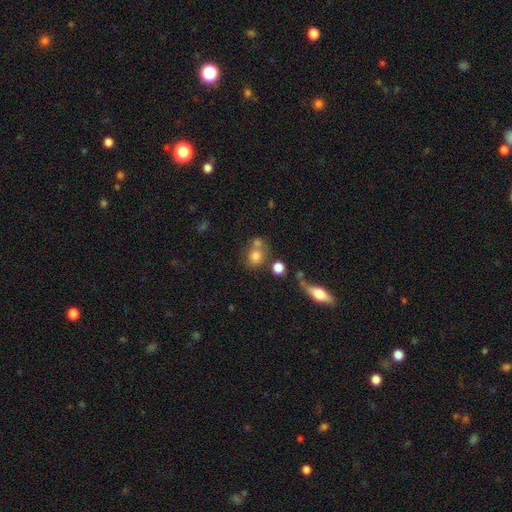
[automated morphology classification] A smooth galaxy with no disk features (73%) that is round (66%).

Vote fractions:
- Smooth or featured? smooth: 73% / featured or disk: 14% / star or artifact: 12%
- How rounded? round: 66% / in between: 32% / cigar-shaped: 2%
- Merging? none: 49% / merger: 32% / minor disturbance: 13% / major disturbance: 7%